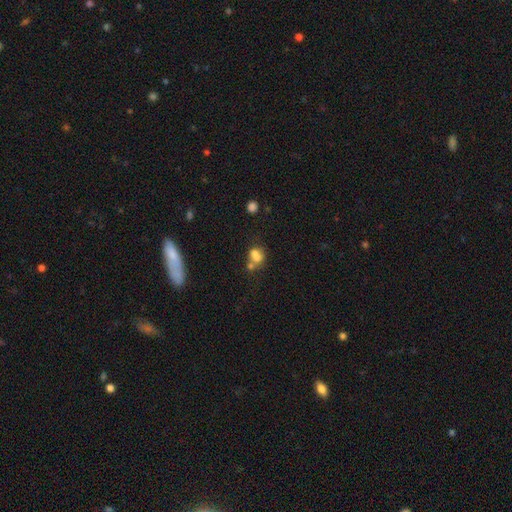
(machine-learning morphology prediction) A smooth galaxy with no disk features (72%) that is in between round and cigar-shaped (57%). Merging: merger (46%).